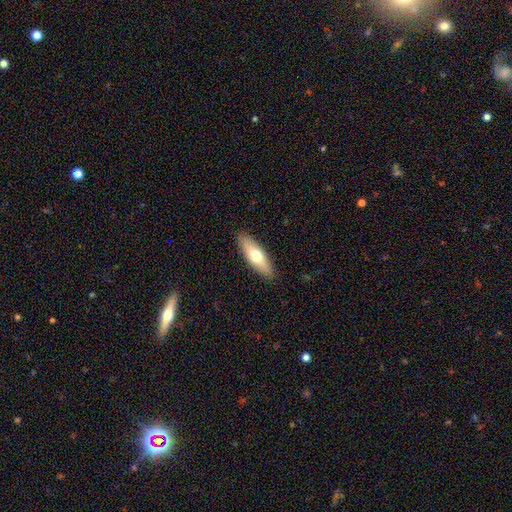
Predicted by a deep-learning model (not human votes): smooth-or-featured: smooth: 64% | featured or disk: 30% | star or artifact: 6%
  how-rounded: cigar-shaped: 50% | in between: 48% | round: 2%
  merging: none: 89% | minor disturbance: 9% | major disturbance: 2% | merger: 1%